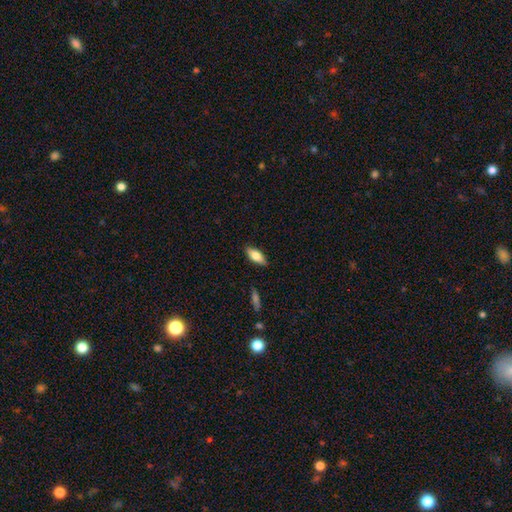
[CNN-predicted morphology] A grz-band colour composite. It shows a smooth galaxy with no disk features (73%) that is in between round and cigar-shaped (74%). Merging: none (87%).